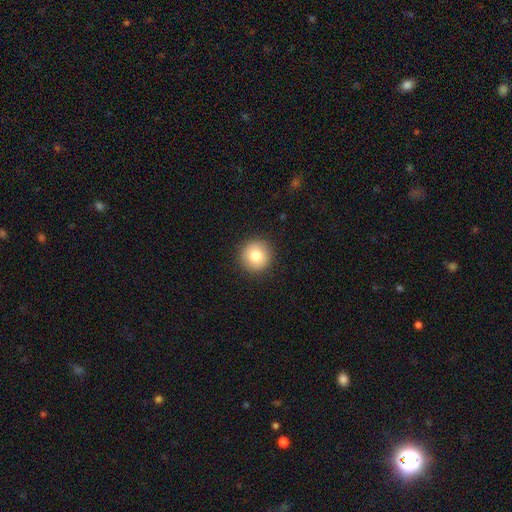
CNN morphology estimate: smooth 80%, featured or disk 11%, star or artifact 9%. Down the decision tree: how rounded — round (95%); merging — none (92%).